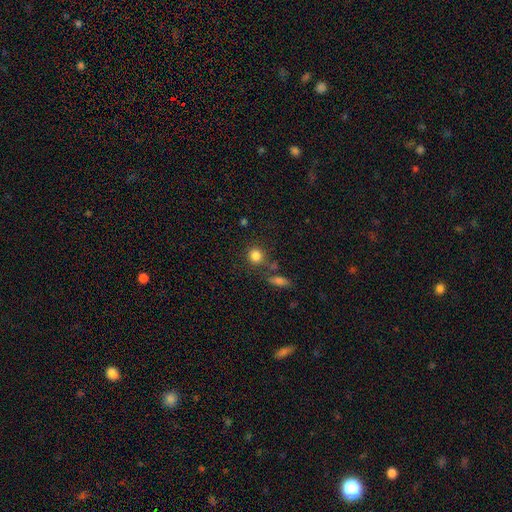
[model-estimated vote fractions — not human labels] Q: Smooth or featured?
A: smooth (83%); runner-up: star or artifact (11%)
Q: How rounded?
A: round (84%); runner-up: in between (15%)
Q: Merging?
A: none (72%); runner-up: merger (12%)